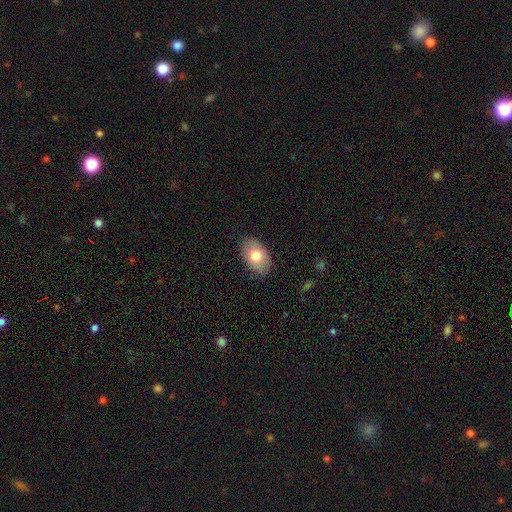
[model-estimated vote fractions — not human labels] This appears to be a smooth galaxy with no disk features (75%) that is in between round and cigar-shaped (90%). Merging: none (85%).